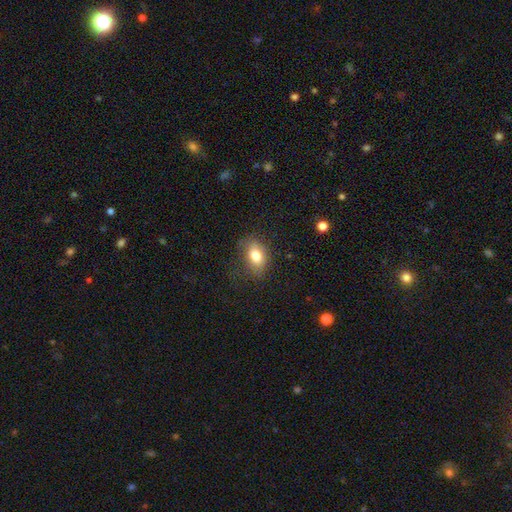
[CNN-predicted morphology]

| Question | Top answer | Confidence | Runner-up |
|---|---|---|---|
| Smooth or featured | smooth | 79% | featured or disk (12%) |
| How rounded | in between | 79% | round (19%) |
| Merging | none | 71% | minor disturbance (20%) |